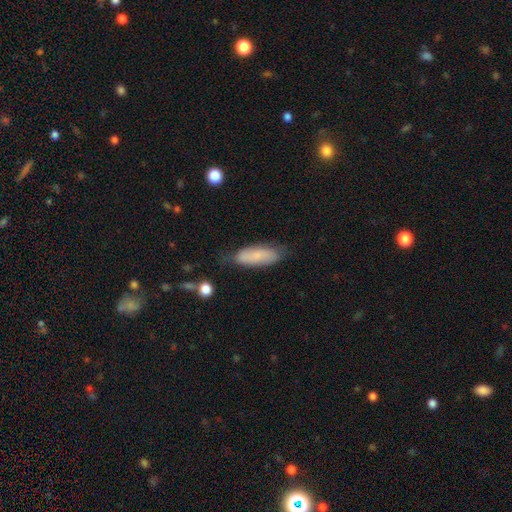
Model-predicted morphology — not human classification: smooth-or-featured: smooth: 73% | featured or disk: 20% | star or artifact: 7%
  how-rounded: in between: 64% | cigar-shaped: 34% | round: 2%
  merging: none: 71% | minor disturbance: 22% | major disturbance: 5% | merger: 2%